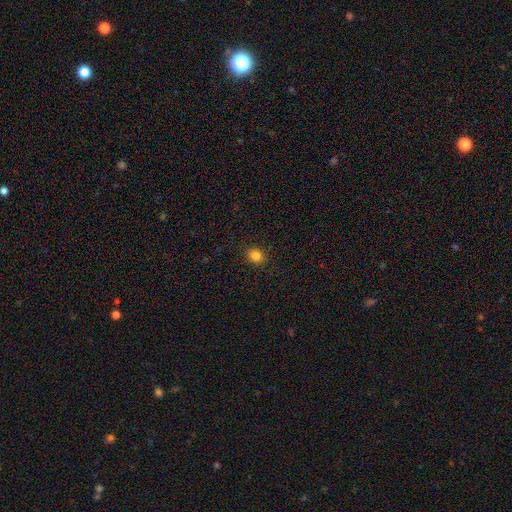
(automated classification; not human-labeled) Smooth or featured?
  - smooth: 84% *
  - star or artifact: 12%
  - featured or disk: 5%
How rounded?
  - round: 69% *
  - in between: 30%
  - cigar-shaped: 1%
Merging?
  - none: 90% *
  - minor disturbance: 7%
  - major disturbance: 2%
  - merger: 1%